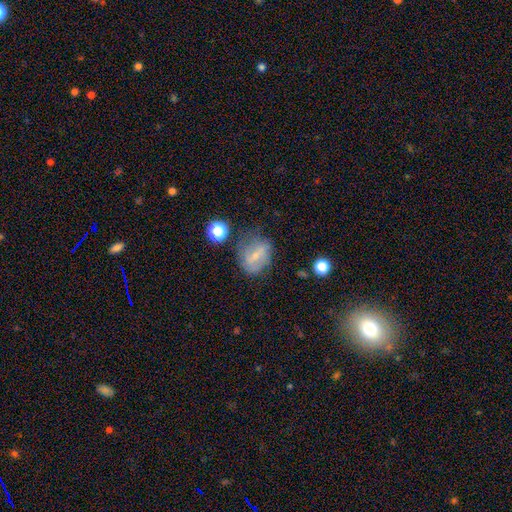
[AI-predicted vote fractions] Overall: featured or disk (46%; smooth 43%). Merging: none (58%; minor disturbance 25%).